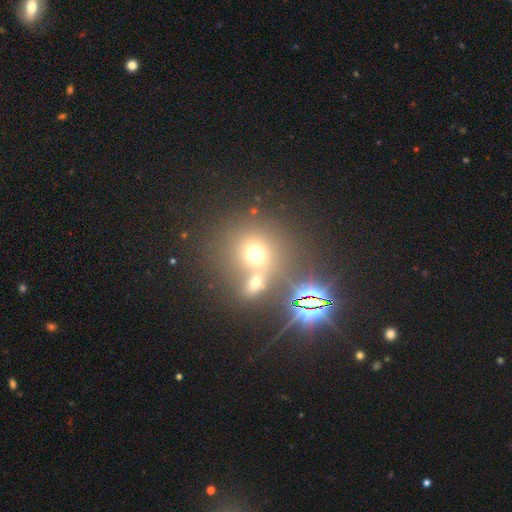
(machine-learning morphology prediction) Overall: smooth (54%; star or artifact 33%). How rounded: round (81%). Merging: none (45%; merger 43%).